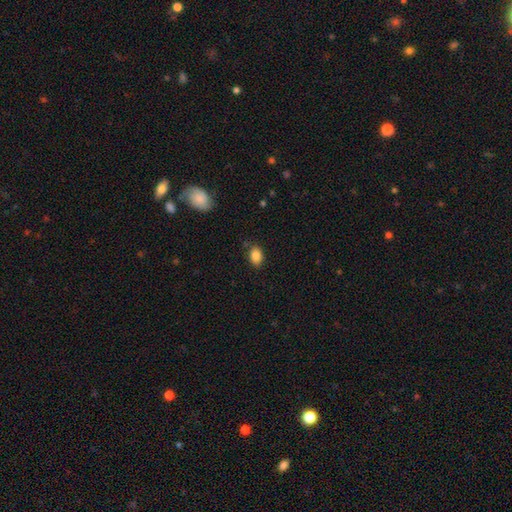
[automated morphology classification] smooth-or-featured: smooth: 86% | star or artifact: 9% | featured or disk: 5%
  how-rounded: in between: 79% | round: 20% | cigar-shaped: 1%
  merging: none: 82% | minor disturbance: 13% | major disturbance: 3% | merger: 2%